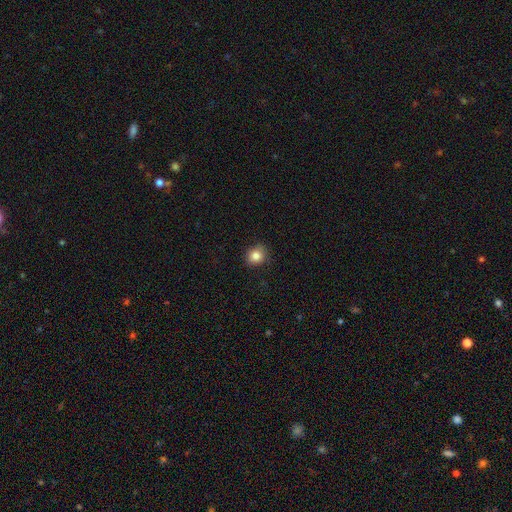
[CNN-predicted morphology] Smooth or featured: smooth — 84% (star or artifact — 10%)
How rounded: round — 75% (in between — 24%)
Merging: none — 85% (minor disturbance — 12%)